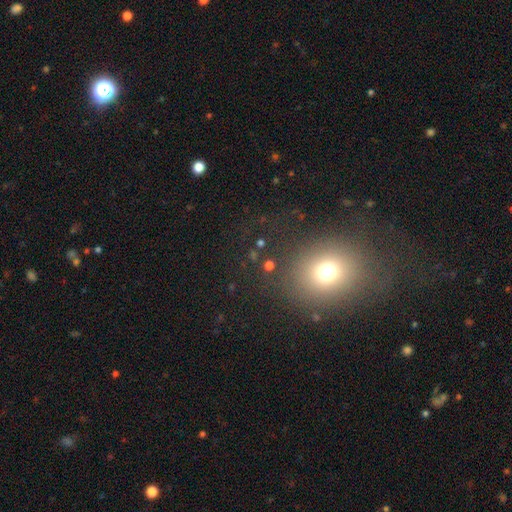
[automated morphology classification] Q: Smooth or featured?
A: smooth (64%); runner-up: star or artifact (25%)
Q: How rounded?
A: round (66%); runner-up: in between (32%)
Q: Merging?
A: none (74%); runner-up: minor disturbance (14%)